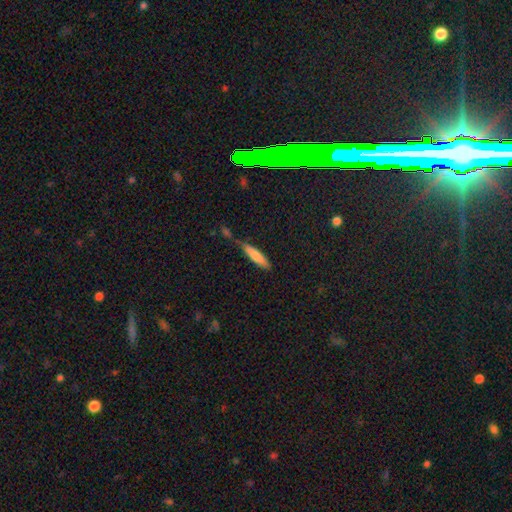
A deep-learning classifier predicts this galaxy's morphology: smooth 79%, featured or disk 15%, star or artifact 7%. Down the decision tree: how rounded — cigar-shaped (79%); merging — none (62%).